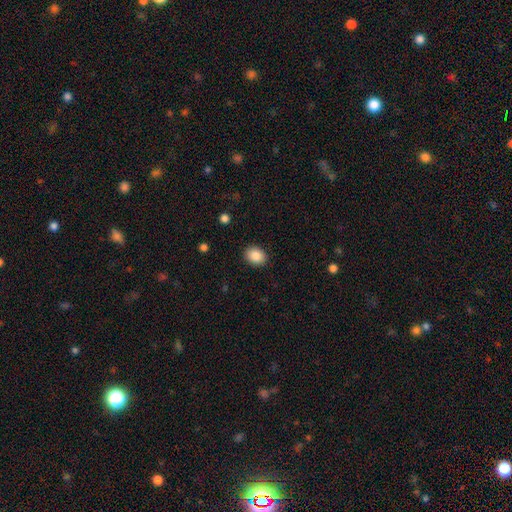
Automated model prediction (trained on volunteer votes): This is clearly a smooth galaxy (87%). How rounded: likely in between (62%). Merging: clearly none (90%).